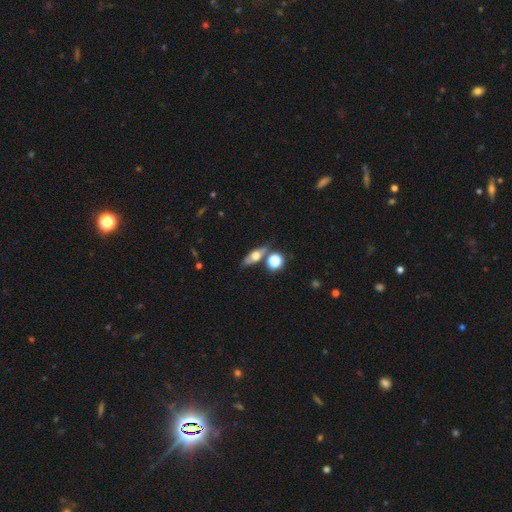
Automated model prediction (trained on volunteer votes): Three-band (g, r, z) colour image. It shows a smooth galaxy with no disk features (48%). Merging: none (71%).